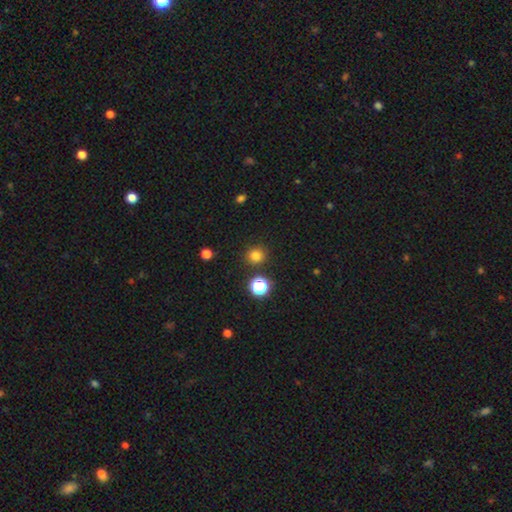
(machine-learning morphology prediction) Q: Smooth or featured?
A: smooth (79%); runner-up: star or artifact (17%)
Q: How rounded?
A: round (91%); runner-up: in between (8%)
Q: Merging?
A: none (88%); runner-up: minor disturbance (6%)